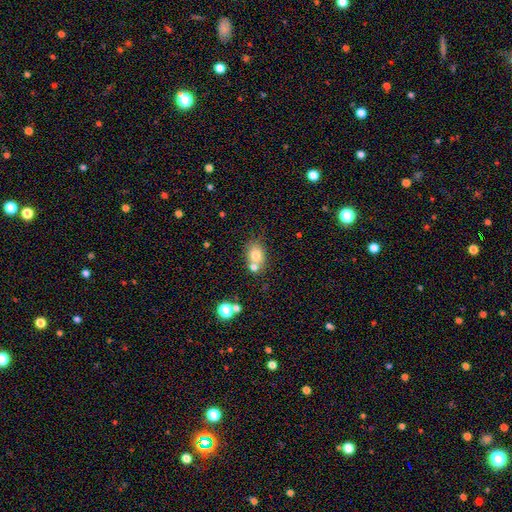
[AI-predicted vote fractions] smooth_or_featured: smooth (p=0.74) [alt: featured or disk p=0.15]
how_rounded: in between (p=0.62) [alt: round p=0.37]
merging: none (p=0.52) [alt: merger p=0.31]